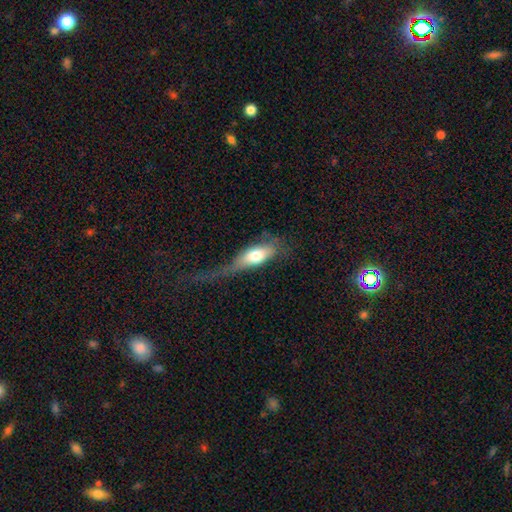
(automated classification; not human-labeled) Smooth or featured? smooth (66%)
How rounded? in between (77%)
Merging? major disturbance (48%)